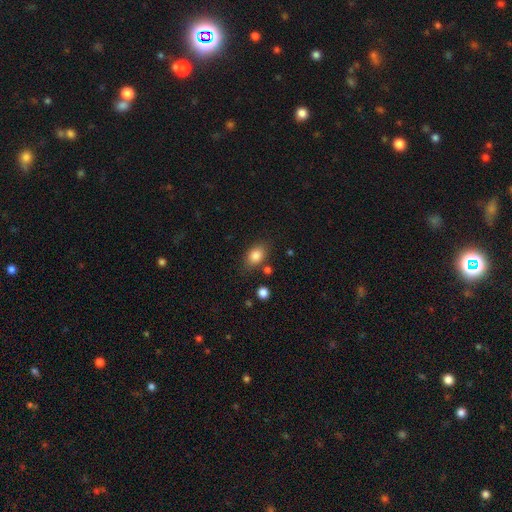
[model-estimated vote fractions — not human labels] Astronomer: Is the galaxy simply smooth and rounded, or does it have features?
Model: smooth — 84%.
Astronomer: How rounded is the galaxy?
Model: in between — 79%.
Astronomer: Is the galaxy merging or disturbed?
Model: none — 78%.